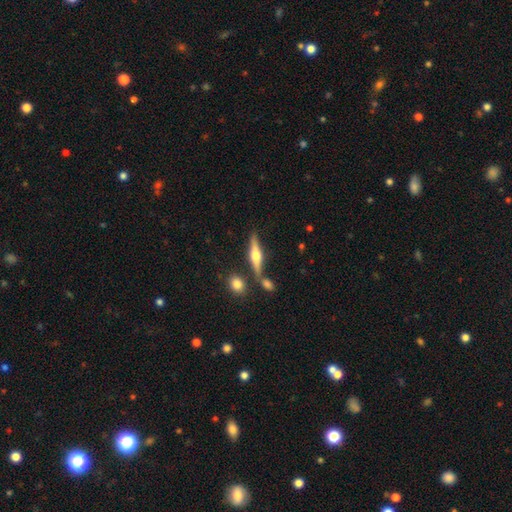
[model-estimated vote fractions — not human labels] Smooth or featured: featured or disk — 69% (smooth — 25%)
Edge-on disk: yes — 96% (no — 4%)
Edge-on bulge: rounded — 94% (boxy — 4%)
Merging: none — 76% (merger — 11%)